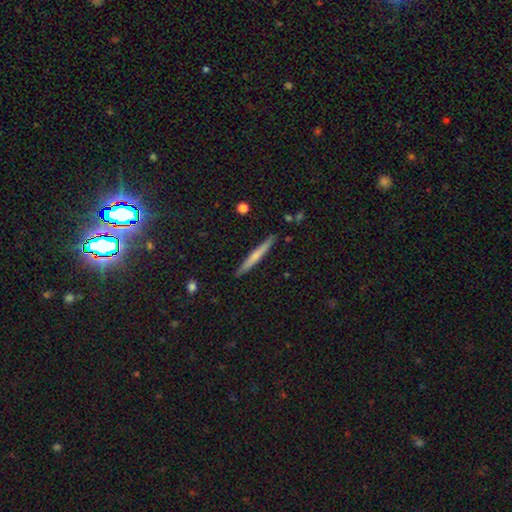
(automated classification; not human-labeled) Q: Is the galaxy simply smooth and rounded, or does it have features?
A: smooth — 52%.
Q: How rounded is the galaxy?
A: cigar-shaped — 96%.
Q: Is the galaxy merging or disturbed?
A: none — 90%.